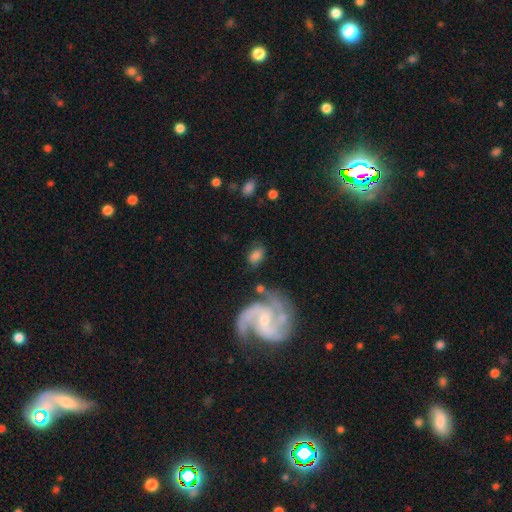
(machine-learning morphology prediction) smooth-or-featured: smooth: 62% | featured or disk: 29% | star or artifact: 9%
  how-rounded: in between: 79% | round: 19% | cigar-shaped: 2%
  merging: none: 64% | minor disturbance: 18% | major disturbance: 9% | merger: 8%